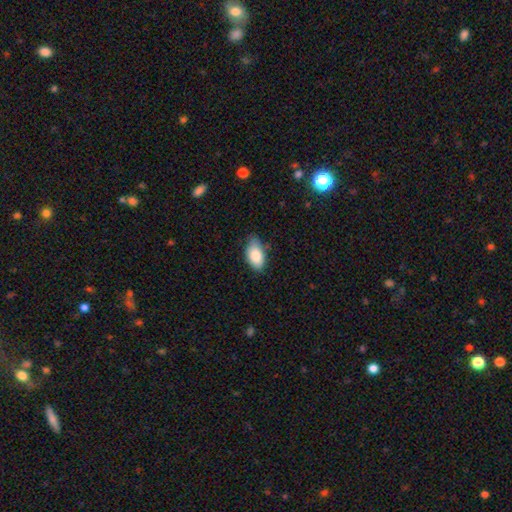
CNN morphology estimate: A smooth galaxy with no disk features (85%) that is in between round and cigar-shaped (93%).

Vote fractions:
- Smooth or featured? smooth: 85% / featured or disk: 8% / star or artifact: 7%
- How rounded? in between: 93% / round: 5% / cigar-shaped: 2%
- Merging? none: 64% / minor disturbance: 30% / major disturbance: 4% / merger: 2%